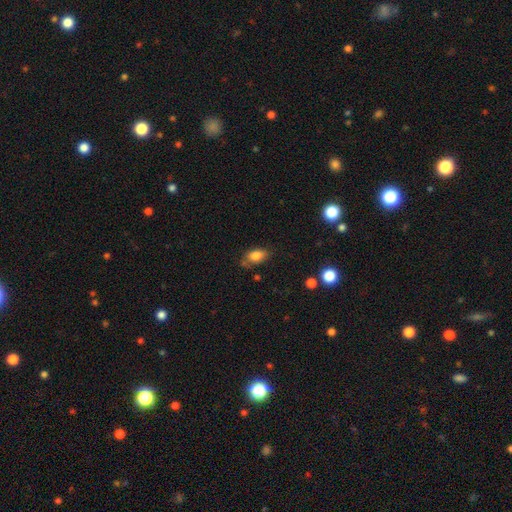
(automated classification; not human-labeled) Smooth or featured?
  - smooth: 79% *
  - featured or disk: 12%
  - star or artifact: 9%
How rounded?
  - in between: 88% *
  - round: 8%
  - cigar-shaped: 3%
Merging?
  - none: 61% *
  - minor disturbance: 28%
  - major disturbance: 8%
  - merger: 3%